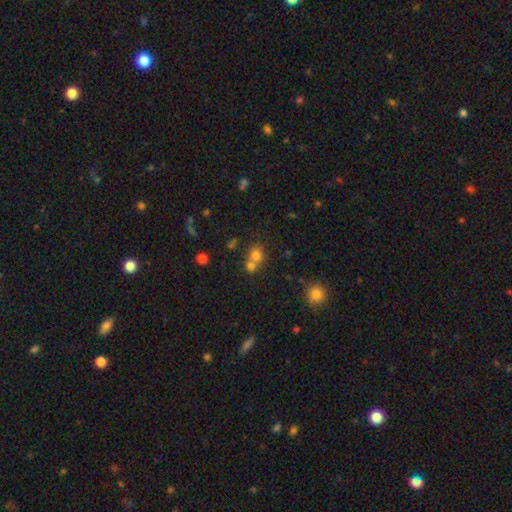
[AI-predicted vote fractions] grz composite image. It shows a smooth galaxy with no disk features (74%) that is round (72%). Merging: merger (52%).